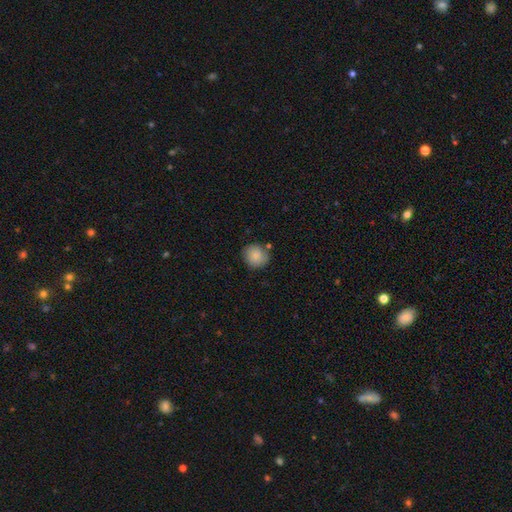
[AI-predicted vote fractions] Smooth or featured? Predicted: smooth (p=0.85). How rounded? Predicted: round (p=0.88). Merging? Predicted: none (p=0.78).